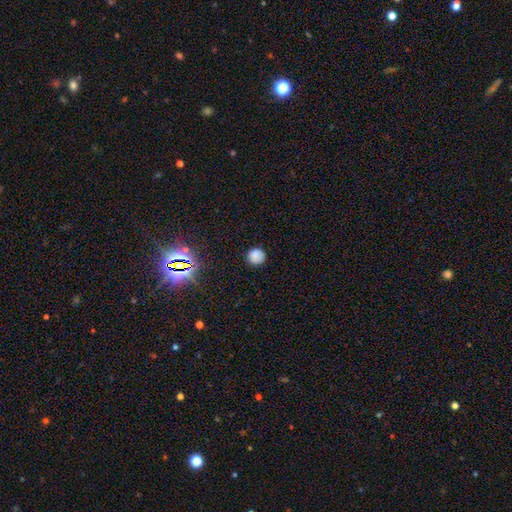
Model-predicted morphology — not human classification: Q: Smooth or featured?
A: smooth (80%); runner-up: star or artifact (16%)
Q: How rounded?
A: round (93%); runner-up: in between (6%)
Q: Merging?
A: none (88%); runner-up: minor disturbance (8%)